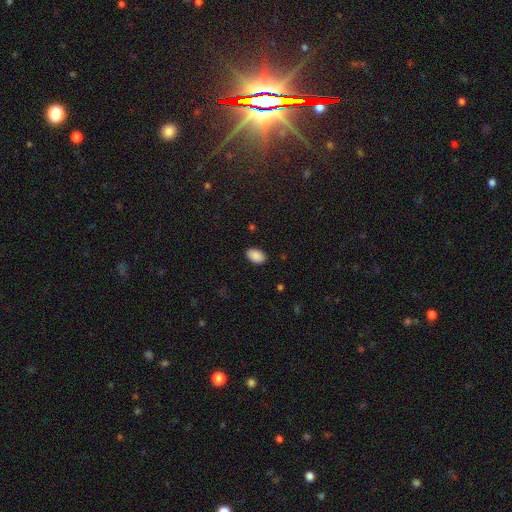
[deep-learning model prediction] smooth 89%, star or artifact 8%, featured or disk 3%. Down the decision tree: how rounded — in between (91%); merging — none (88%).